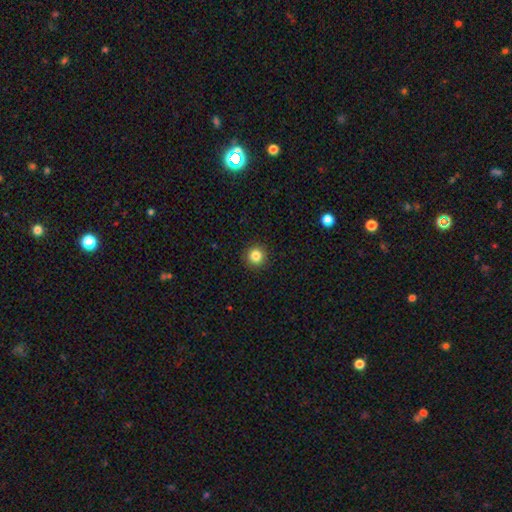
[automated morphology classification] The model was most divided on "smooth or featured": smooth: 84%, star or artifact: 11%, featured or disk: 5%. More confident: how rounded — round (95%); merging — none (93%).